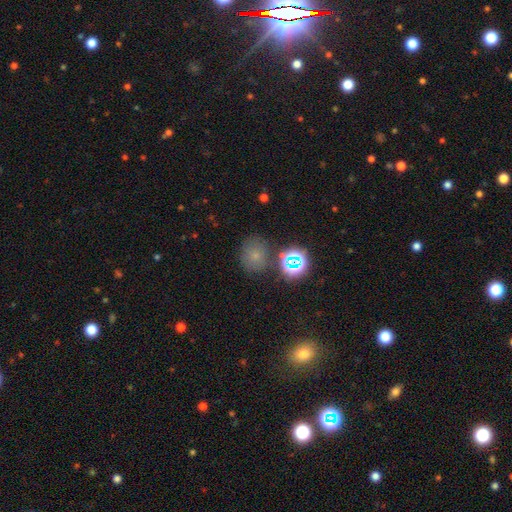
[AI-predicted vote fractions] Q: Smooth or featured?
A: smooth (63%); runner-up: star or artifact (27%)
Q: How rounded?
A: round (66%); runner-up: in between (33%)
Q: Merging?
A: none (72%); runner-up: minor disturbance (14%)